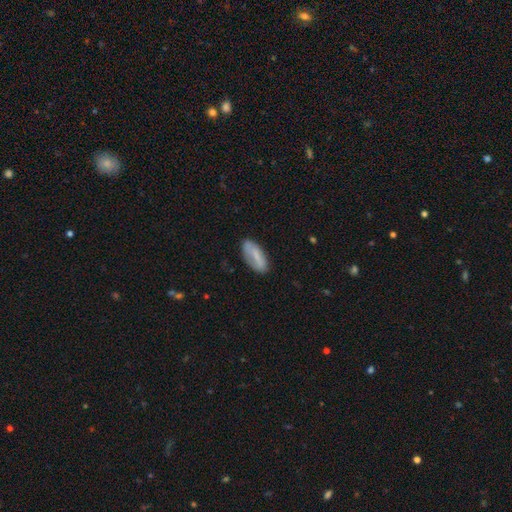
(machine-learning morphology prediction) The model was most divided on "smooth or featured": smooth: 69%, featured or disk: 24%, star or artifact: 7%. More confident: how rounded — in between (80%); merging — none (76%).